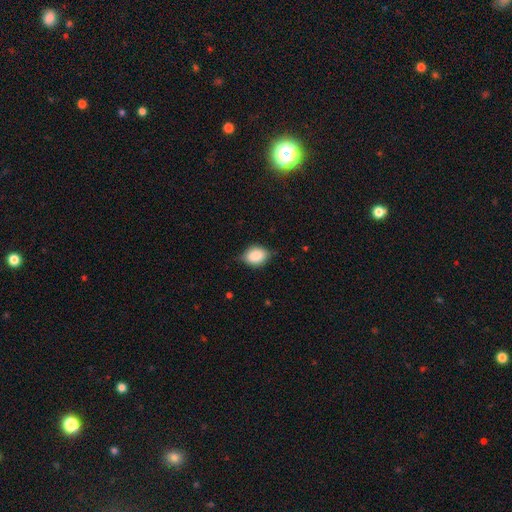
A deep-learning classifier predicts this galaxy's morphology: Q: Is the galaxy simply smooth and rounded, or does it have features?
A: smooth — 83%.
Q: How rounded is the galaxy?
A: in between — 68%.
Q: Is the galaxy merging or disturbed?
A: none — 68%.